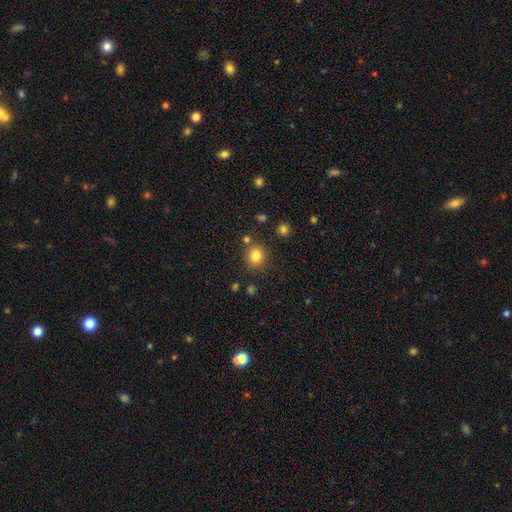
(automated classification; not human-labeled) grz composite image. It shows a smooth galaxy with no disk features (81%) that is round (83%). Merging: none (82%).